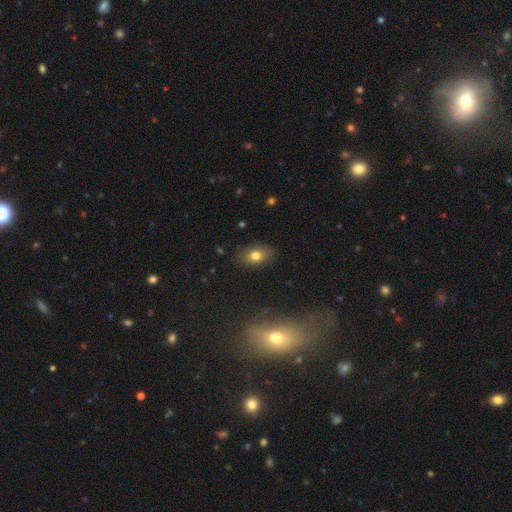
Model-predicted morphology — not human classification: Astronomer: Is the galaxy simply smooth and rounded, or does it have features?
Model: smooth — 76%.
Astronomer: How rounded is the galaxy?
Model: in between — 83%.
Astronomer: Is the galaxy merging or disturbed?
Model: none — 85%.